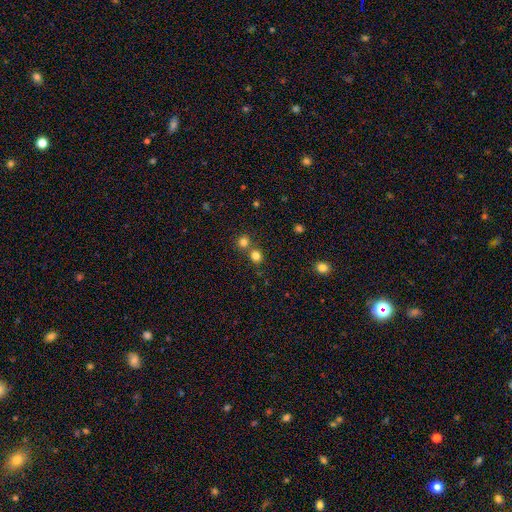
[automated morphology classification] Smooth or featured?
  - smooth: 79% *
  - star or artifact: 15%
  - featured or disk: 5%
How rounded?
  - round: 84% *
  - in between: 15%
  - cigar-shaped: 1%
Merging?
  - none: 64% *
  - merger: 27%
  - minor disturbance: 6%
  - major disturbance: 2%